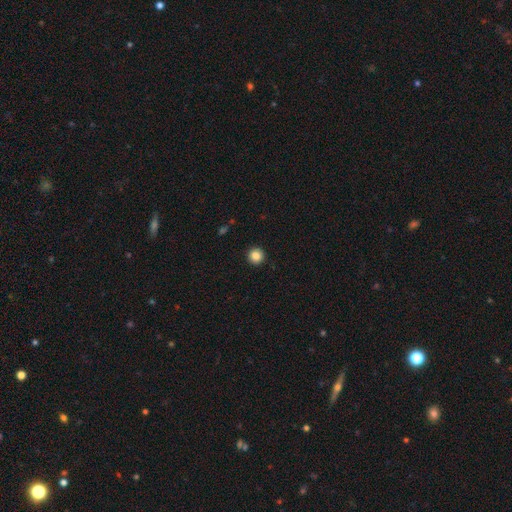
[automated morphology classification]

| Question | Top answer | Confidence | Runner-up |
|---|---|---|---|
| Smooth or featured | smooth | 85% | star or artifact (10%) |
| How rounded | round | 96% | in between (3%) |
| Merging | none | 93% | minor disturbance (4%) |